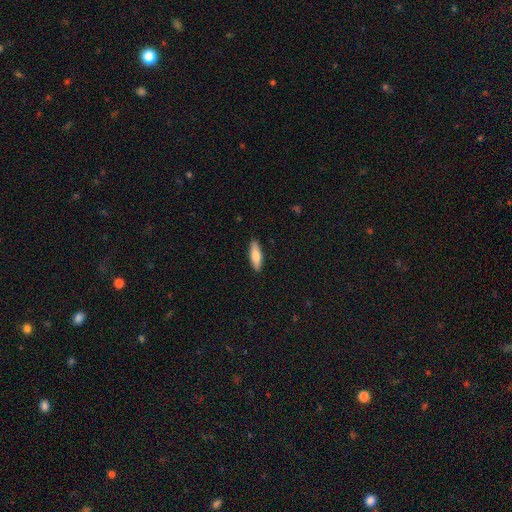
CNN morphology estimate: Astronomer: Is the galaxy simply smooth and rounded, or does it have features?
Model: smooth — 75%.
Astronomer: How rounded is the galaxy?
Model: in between — 50% (runner-up: cigar-shaped, 48%).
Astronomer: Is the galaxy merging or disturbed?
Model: none — 90%.